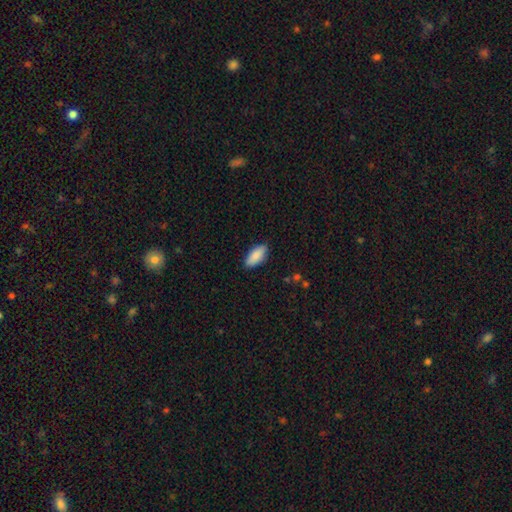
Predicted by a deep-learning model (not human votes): Q: Smooth or featured?
A: smooth (89%); runner-up: star or artifact (6%)
Q: How rounded?
A: in between (86%); runner-up: cigar-shaped (12%)
Q: Merging?
A: none (86%); runner-up: minor disturbance (11%)